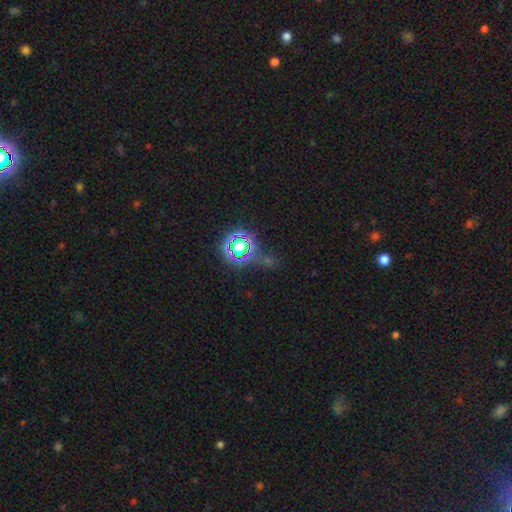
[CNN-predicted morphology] smooth_or_featured: star or artifact (p=0.74) [alt: smooth p=0.17]